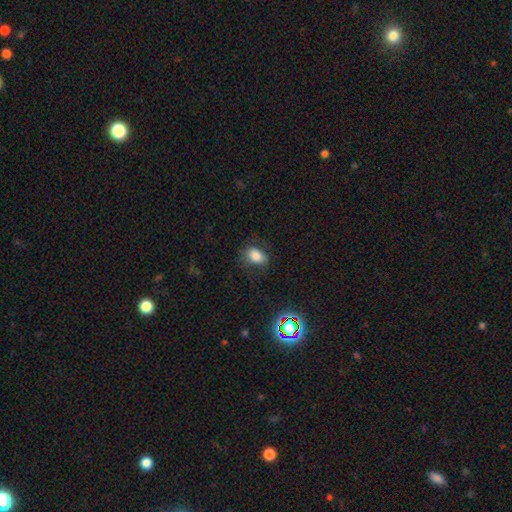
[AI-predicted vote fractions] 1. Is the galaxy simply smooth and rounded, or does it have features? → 79% smooth, 12% star or artifact, 10% featured or disk.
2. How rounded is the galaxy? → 79% in between, 19% round, 2% cigar-shaped.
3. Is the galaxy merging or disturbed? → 68% none, 20% minor disturbance, 10% major disturbance, 1% merger.